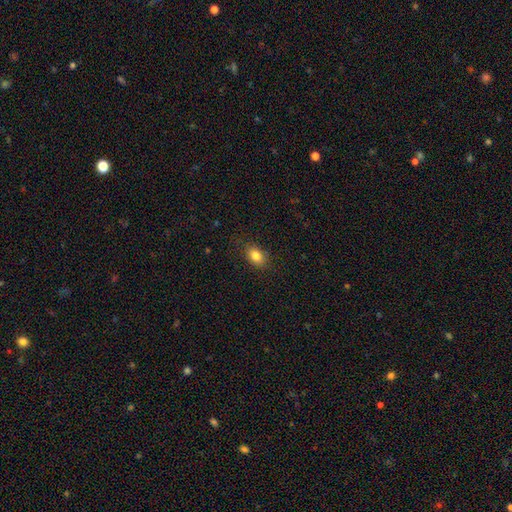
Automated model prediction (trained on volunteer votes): The model was most divided on "how rounded": in between: 77%, round: 22%, cigar-shaped: 2%. More confident: merging — none (84%); smooth or featured — smooth (84%).